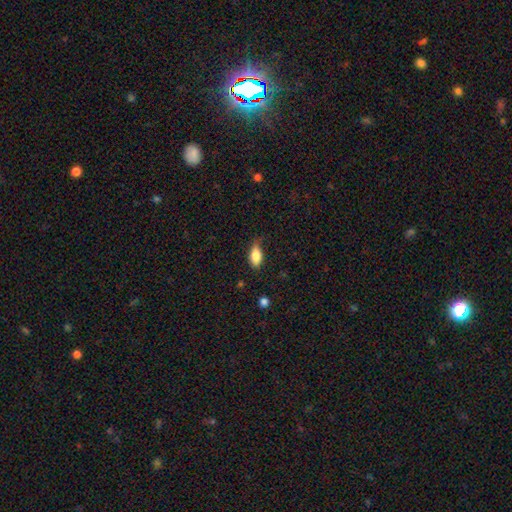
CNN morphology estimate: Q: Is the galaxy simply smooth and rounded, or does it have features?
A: smooth — 83%.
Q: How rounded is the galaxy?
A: in between — 87%.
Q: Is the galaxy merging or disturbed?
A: none — 62%.